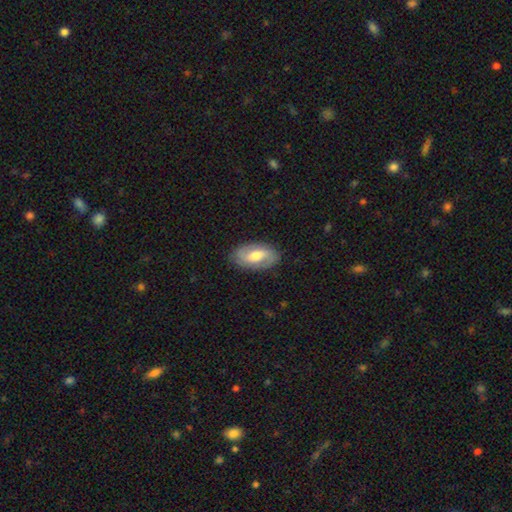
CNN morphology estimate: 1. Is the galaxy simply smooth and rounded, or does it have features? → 54% featured or disk, 40% smooth, 6% star or artifact.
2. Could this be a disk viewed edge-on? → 92% no, 8% yes.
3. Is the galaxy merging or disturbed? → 83% none, 12% minor disturbance, 4% major disturbance, 1% merger.